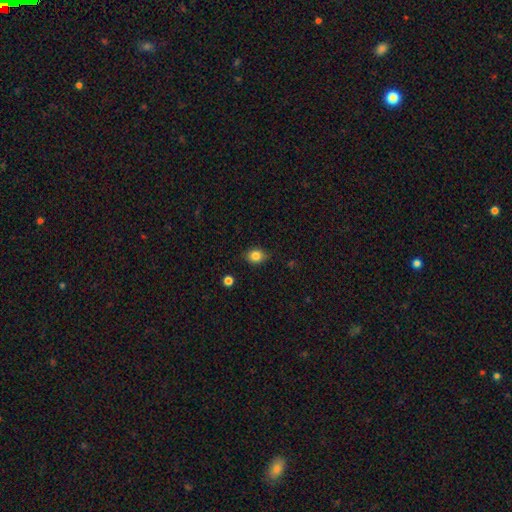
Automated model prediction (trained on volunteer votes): A smooth galaxy with no disk features (84%) that is round (56%).

Vote fractions:
- Smooth or featured? smooth: 84% / star or artifact: 10% / featured or disk: 5%
- How rounded? round: 56% / in between: 43% / cigar-shaped: 1%
- Merging? none: 82% / minor disturbance: 14% / major disturbance: 3% / merger: 1%